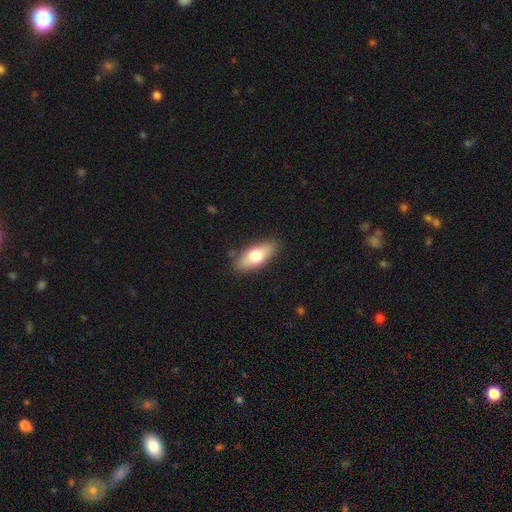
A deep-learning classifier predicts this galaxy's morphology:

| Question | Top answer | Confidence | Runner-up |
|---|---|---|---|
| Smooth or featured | smooth | 68% | featured or disk (26%) |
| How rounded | in between | 76% | cigar-shaped (21%) |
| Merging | none | 85% | minor disturbance (11%) |